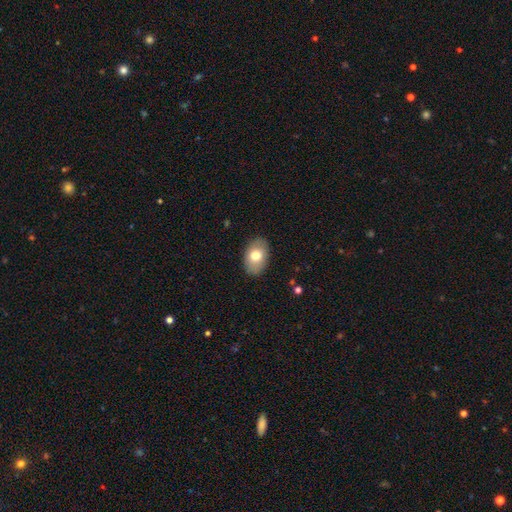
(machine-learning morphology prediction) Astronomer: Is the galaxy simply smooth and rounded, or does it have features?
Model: smooth — 75%.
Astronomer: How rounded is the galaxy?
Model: in between — 89%.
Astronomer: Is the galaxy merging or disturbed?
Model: none — 87%.